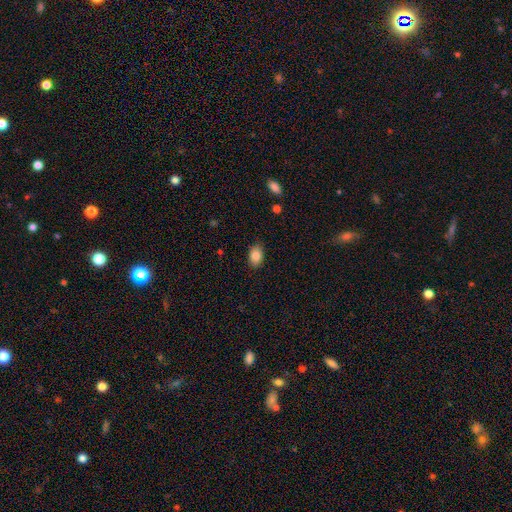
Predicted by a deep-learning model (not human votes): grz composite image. It shows a smooth galaxy with no disk features (87%) that is in between round and cigar-shaped (83%). Merging: none (85%).